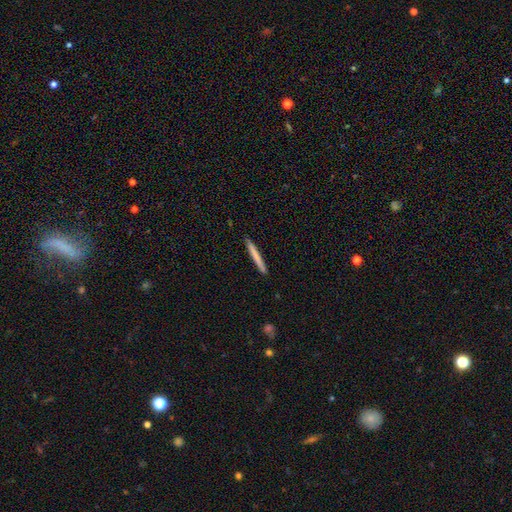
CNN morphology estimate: Smooth or featured: smooth — 73% (featured or disk — 22%)
How rounded: cigar-shaped — 97% (in between — 2%)
Merging: none — 91% (minor disturbance — 6%)